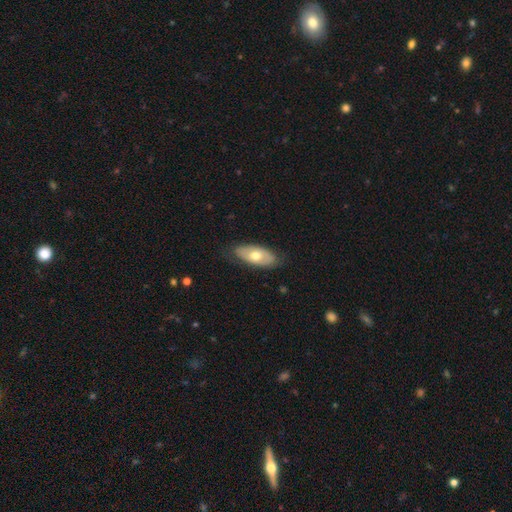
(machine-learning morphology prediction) Smooth or featured? Predicted: smooth (p=0.56). How rounded? Predicted: in between (p=0.89). Merging? Predicted: none (p=0.79).